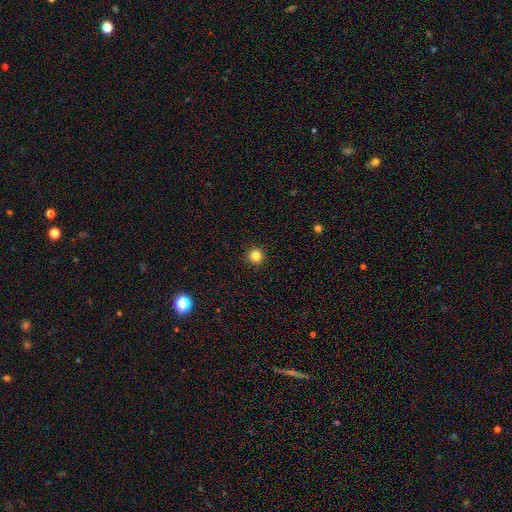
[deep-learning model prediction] This appears to be a smooth galaxy with no disk features (83%) that is round (95%). Merging: none (93%).